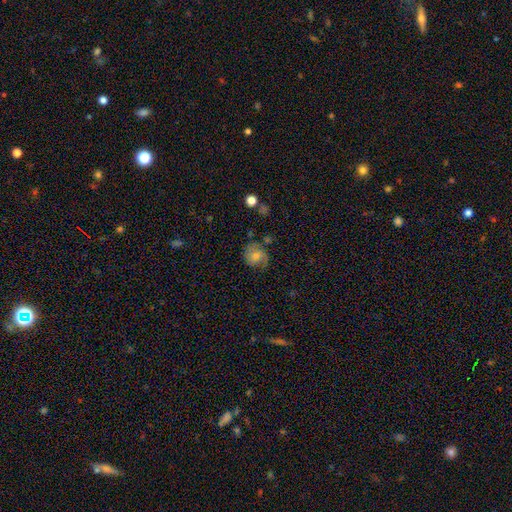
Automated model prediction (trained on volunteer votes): Smooth or featured? Predicted: smooth (p=0.51). How rounded? Predicted: round (p=0.76). Merging? Predicted: none (p=0.64).